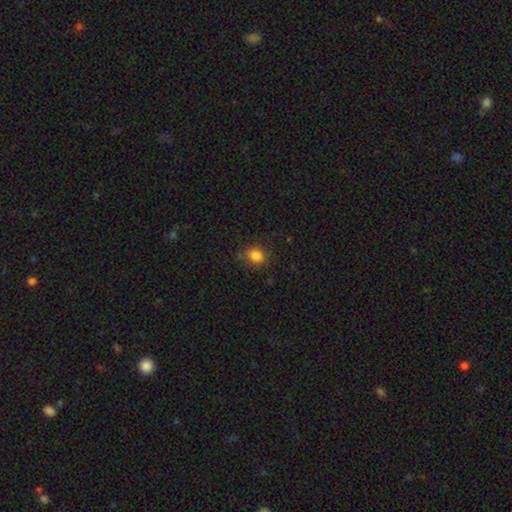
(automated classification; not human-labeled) smooth 83%, star or artifact 12%, featured or disk 5%. Down the decision tree: how rounded — round (62%); merging — none (78%).